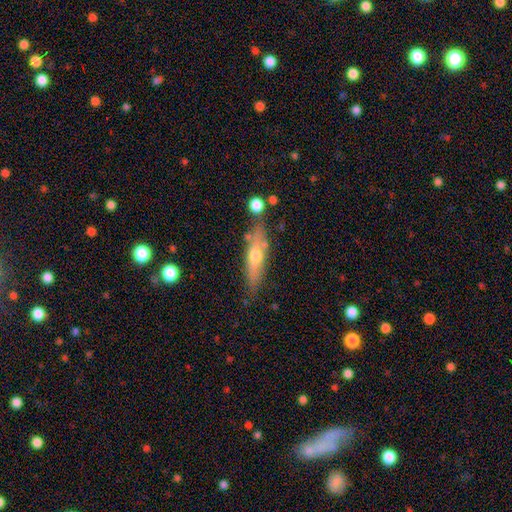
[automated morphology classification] This appears to be a featured or disk galaxy (55%) viewed edge-on (81%). Merging: none (73%).